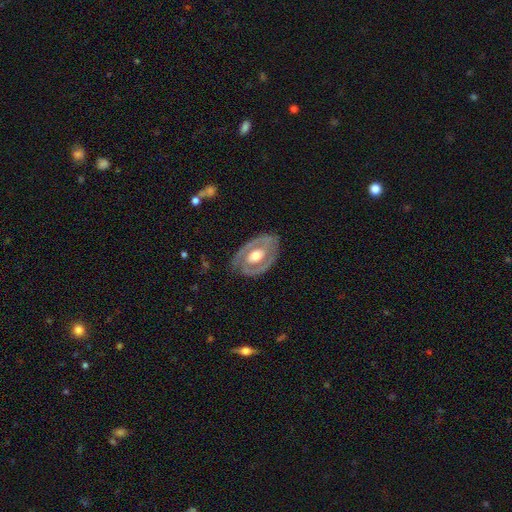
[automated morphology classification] Smooth or featured: featured or disk — 73% (smooth — 22%)
Edge-on disk: no — 93% (yes — 7%)
Bar: no — 62% (weak — 26%)
Spiral arms: yes — 52% (no — 48%)
Bulge size: moderate — 63% (large — 28%)
Merging: none — 77% (minor disturbance — 16%)